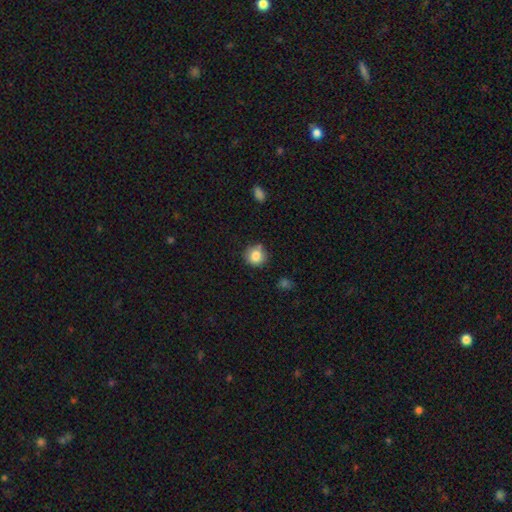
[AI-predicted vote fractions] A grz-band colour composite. It shows a smooth galaxy with no disk features (84%) that is round (89%). Merging: none (78%).